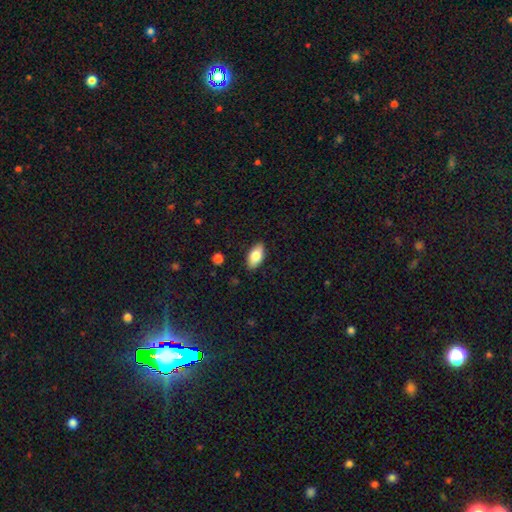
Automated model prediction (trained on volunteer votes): The model was most divided on "smooth or featured": smooth: 81%, featured or disk: 12%, star or artifact: 7%. More confident: how rounded — in between (91%); merging — none (86%).